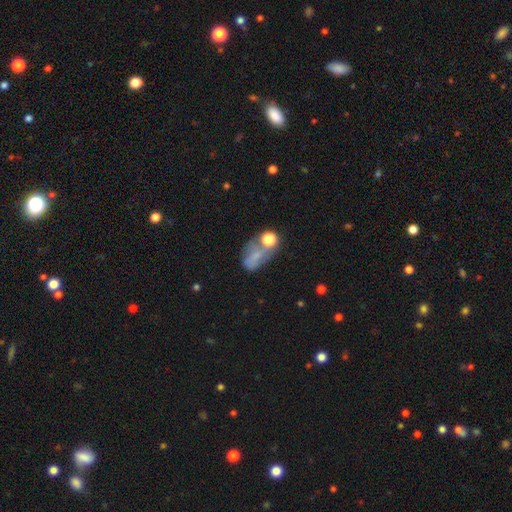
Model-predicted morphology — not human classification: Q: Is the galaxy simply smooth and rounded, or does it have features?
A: smooth — 43%.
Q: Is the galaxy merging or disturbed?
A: none — 31%.